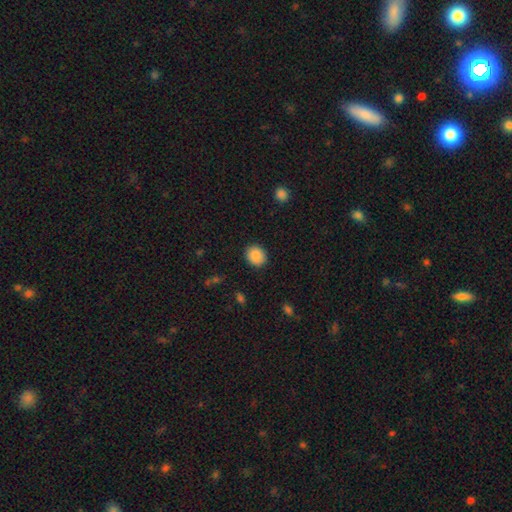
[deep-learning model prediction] smooth_or_featured: smooth (p=0.88) [alt: star or artifact p=0.08]
how_rounded: round (p=0.72) [alt: in between p=0.27]
merging: none (p=0.89) [alt: minor disturbance p=0.07]